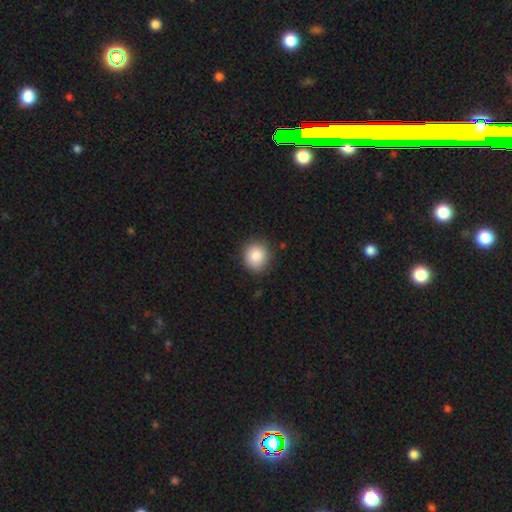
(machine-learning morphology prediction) smooth_or_featured: smooth (p=0.86) [alt: star or artifact p=0.08]
how_rounded: round (p=0.84) [alt: in between p=0.15]
merging: none (p=0.87) [alt: minor disturbance p=0.09]